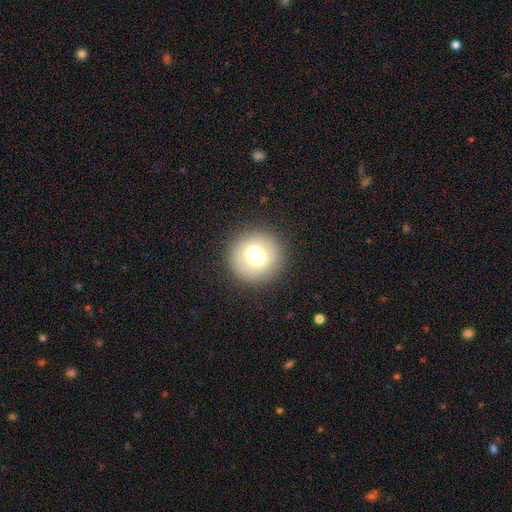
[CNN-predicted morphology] Smooth or featured? smooth (70%)
How rounded? round (93%)
Merging? none (89%)